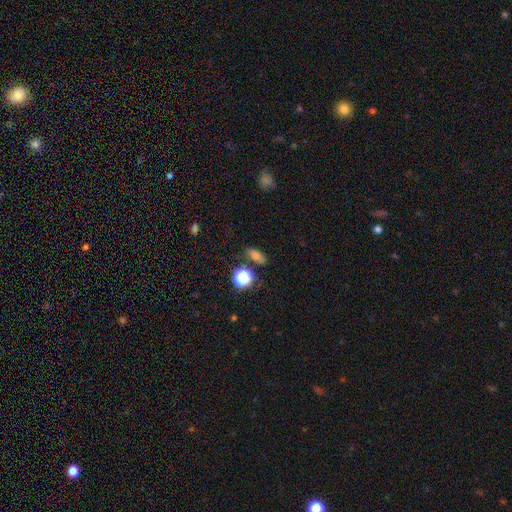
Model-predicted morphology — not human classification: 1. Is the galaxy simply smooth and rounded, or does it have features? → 65% smooth, 23% star or artifact, 12% featured or disk.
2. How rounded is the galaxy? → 68% in between, 20% round, 12% cigar-shaped.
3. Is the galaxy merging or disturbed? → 78% none, 12% minor disturbance, 6% merger, 4% major disturbance.